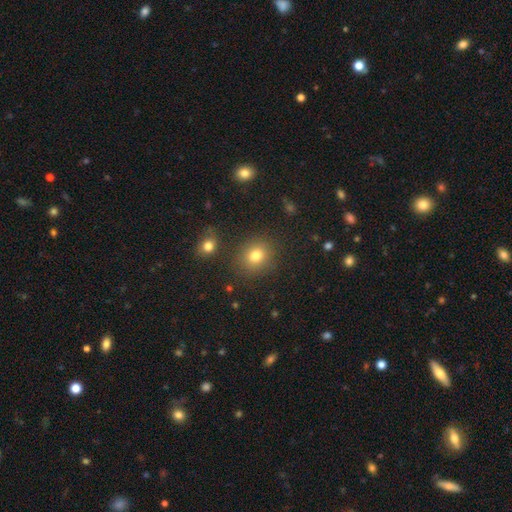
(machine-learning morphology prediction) Smooth or featured? smooth (78%)
How rounded? round (76%)
Merging? none (84%)